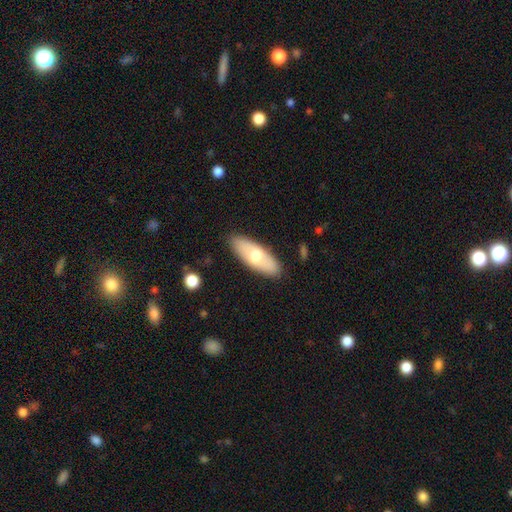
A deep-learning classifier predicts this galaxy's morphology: Smooth or featured: smooth — 63% (featured or disk — 32%)
How rounded: in between — 72% (cigar-shaped — 26%)
Merging: none — 87% (minor disturbance — 10%)